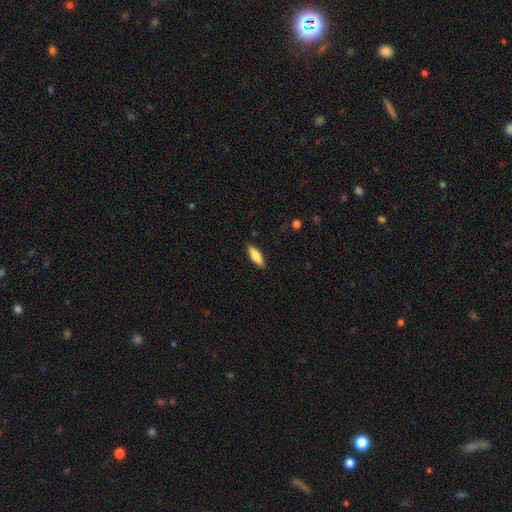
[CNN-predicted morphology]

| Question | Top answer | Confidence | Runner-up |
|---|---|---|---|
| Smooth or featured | smooth | 80% | featured or disk (14%) |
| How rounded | in between | 57% | cigar-shaped (41%) |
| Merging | none | 87% | minor disturbance (10%) |